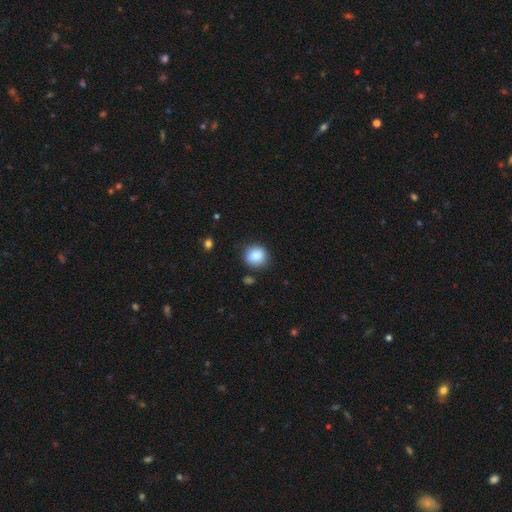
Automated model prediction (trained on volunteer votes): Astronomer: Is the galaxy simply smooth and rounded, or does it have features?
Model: smooth — 85%.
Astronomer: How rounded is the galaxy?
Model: round — 83%.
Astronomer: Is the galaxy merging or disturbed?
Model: none — 84%.